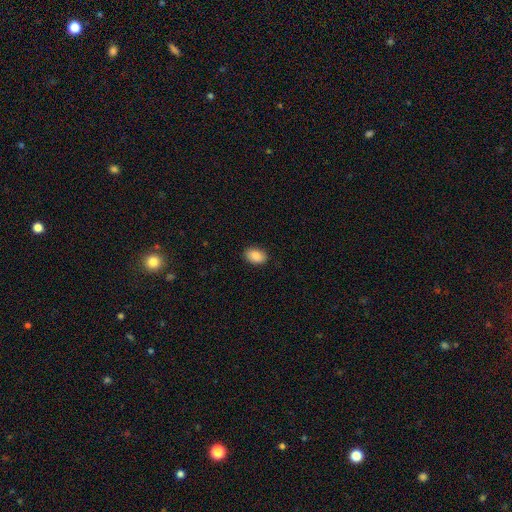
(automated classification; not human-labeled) Smooth or featured? smooth (86%)
How rounded? in between (84%)
Merging? none (89%)